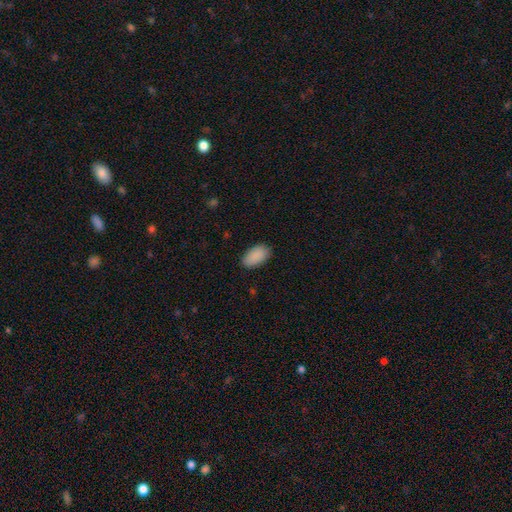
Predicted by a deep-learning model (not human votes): Smooth or featured? Predicted: smooth (p=0.90). How rounded? Predicted: in between (p=0.95). Merging? Predicted: none (p=0.86).